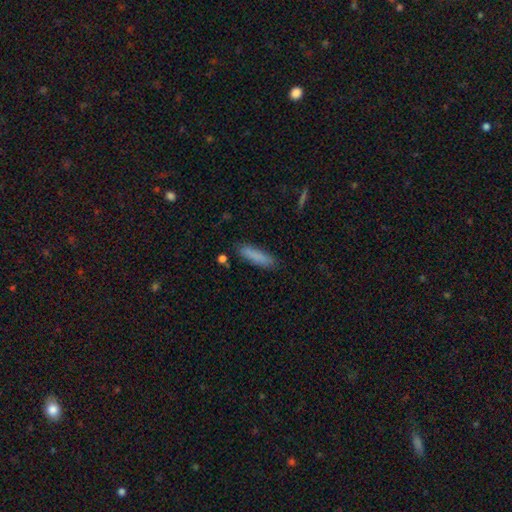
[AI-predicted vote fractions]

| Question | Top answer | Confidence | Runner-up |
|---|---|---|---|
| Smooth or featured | smooth | 84% | featured or disk (9%) |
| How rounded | cigar-shaped | 75% | in between (23%) |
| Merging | none | 84% | minor disturbance (12%) |